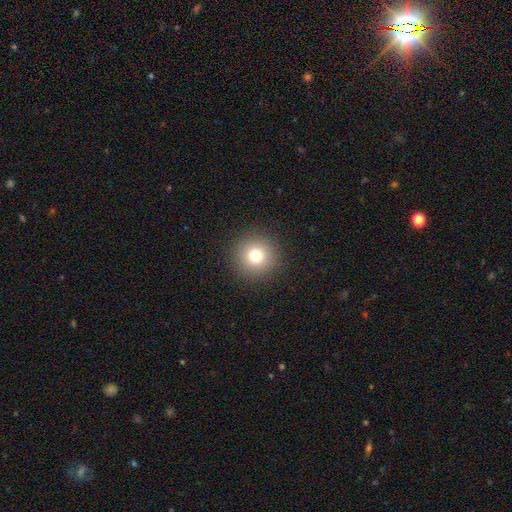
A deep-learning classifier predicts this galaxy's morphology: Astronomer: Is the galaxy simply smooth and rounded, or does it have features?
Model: smooth — 77%.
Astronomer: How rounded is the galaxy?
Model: round — 96%.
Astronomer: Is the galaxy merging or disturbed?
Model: none — 91%.